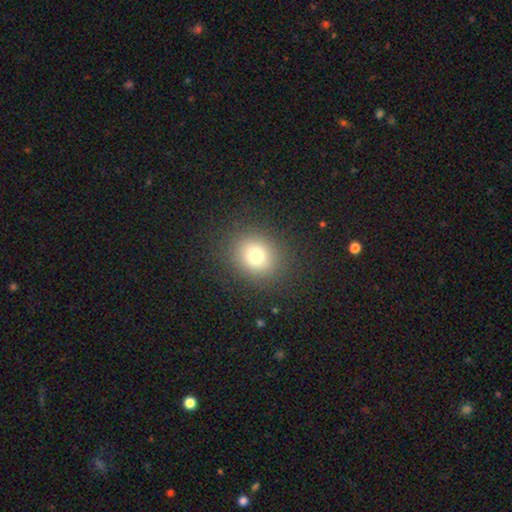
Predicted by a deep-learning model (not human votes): Smooth or featured?
  - smooth: 74% *
  - star or artifact: 16%
  - featured or disk: 10%
How rounded?
  - round: 77% *
  - in between: 22%
  - cigar-shaped: 1%
Merging?
  - none: 87% *
  - minor disturbance: 7%
  - major disturbance: 4%
  - merger: 1%